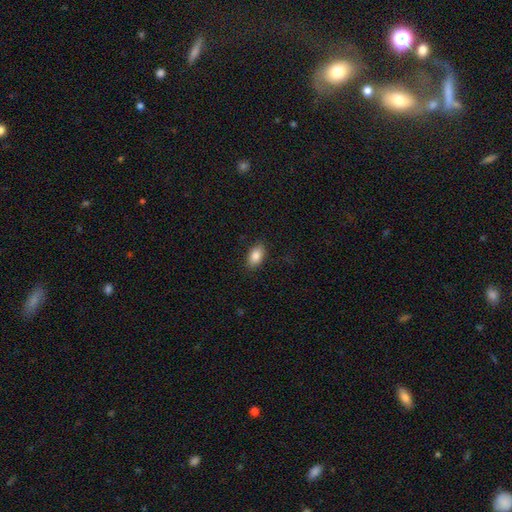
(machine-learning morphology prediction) This appears to be a smooth galaxy with no disk features (86%) that is in between round and cigar-shaped (91%). Merging: none (87%).